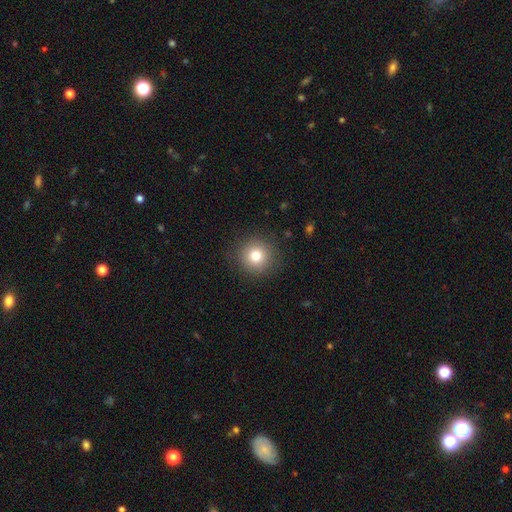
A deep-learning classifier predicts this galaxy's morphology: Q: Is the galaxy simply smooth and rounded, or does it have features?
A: smooth — 78%.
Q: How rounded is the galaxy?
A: round — 95%.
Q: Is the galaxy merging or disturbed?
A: none — 89%.